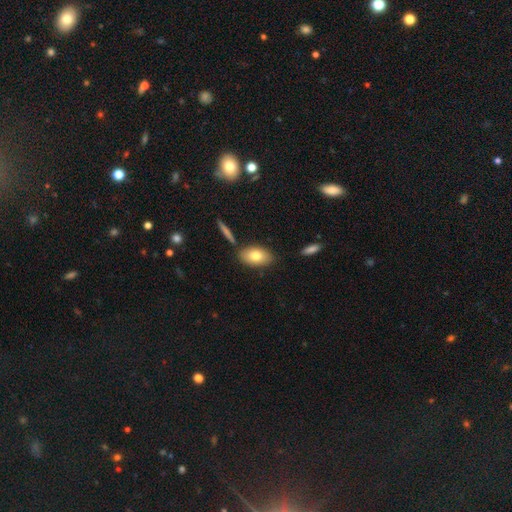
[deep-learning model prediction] Q: Smooth or featured?
A: smooth (76%); runner-up: featured or disk (17%)
Q: How rounded?
A: in between (91%); runner-up: round (5%)
Q: Merging?
A: none (79%); runner-up: minor disturbance (11%)